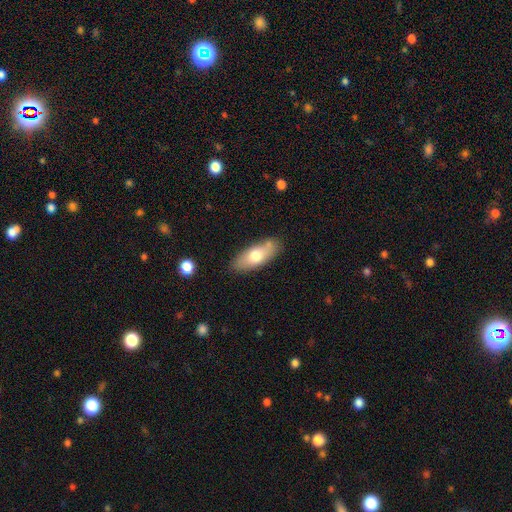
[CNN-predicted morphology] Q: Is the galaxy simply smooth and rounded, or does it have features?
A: smooth — 69%.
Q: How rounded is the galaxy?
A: in between — 77%.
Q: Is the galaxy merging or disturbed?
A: none — 77%.